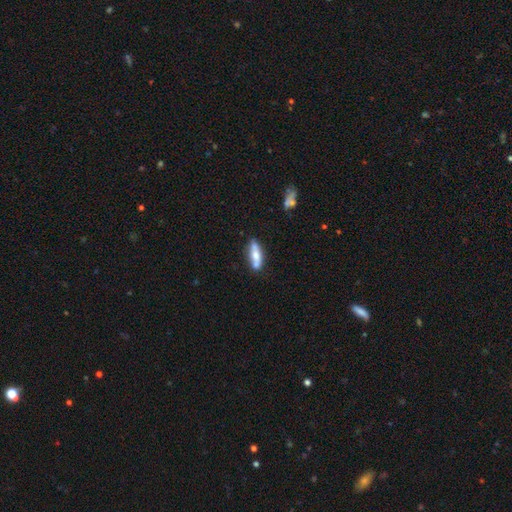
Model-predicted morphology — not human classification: Smooth or featured?
  - smooth: 56% *
  - featured or disk: 38%
  - star or artifact: 6%
How rounded?
  - cigar-shaped: 49% *
  - in between: 48%
  - round: 2%
Merging?
  - none: 70% *
  - minor disturbance: 18%
  - merger: 8%
  - major disturbance: 4%